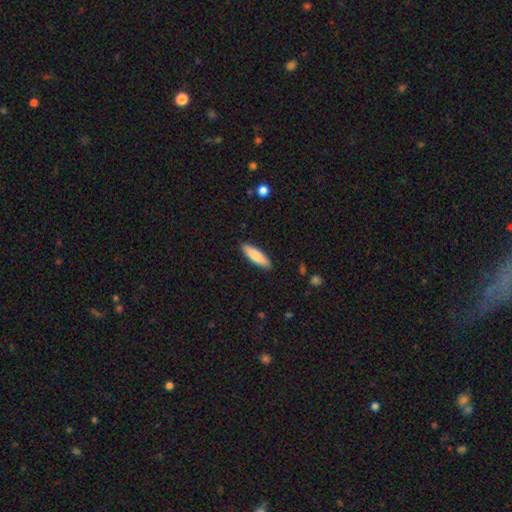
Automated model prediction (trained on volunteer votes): Smooth or featured? smooth (79%)
How rounded? cigar-shaped (66%)
Merging? none (90%)